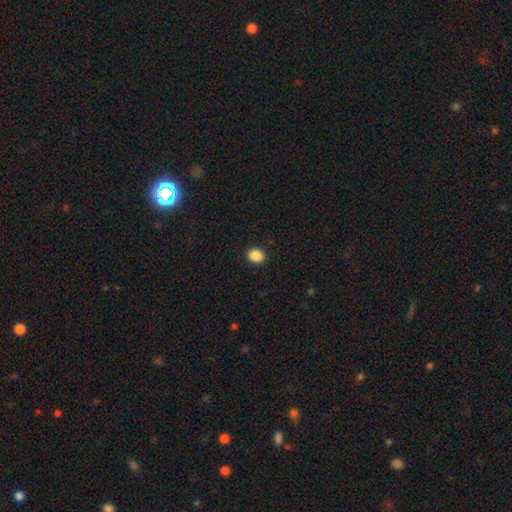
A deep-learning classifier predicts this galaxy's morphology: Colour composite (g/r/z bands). It shows a smooth galaxy with no disk features (88%) that is round (66%). Merging: none (92%).